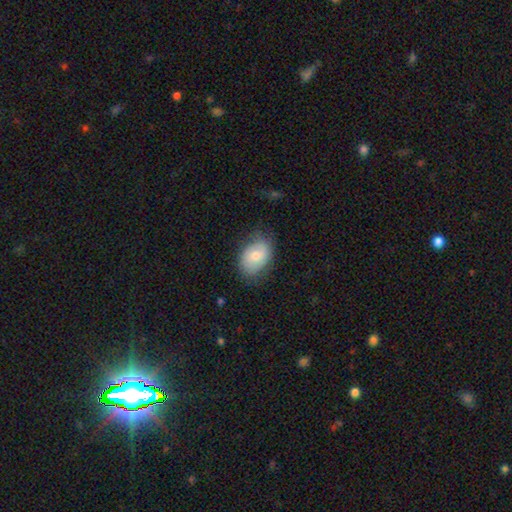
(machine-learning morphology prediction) A smooth galaxy with no disk features (68%) that is in between round and cigar-shaped (80%).

Vote fractions:
- Smooth or featured? smooth: 68% / featured or disk: 26% / star or artifact: 7%
- How rounded? in between: 80% / round: 18% / cigar-shaped: 1%
- Merging? none: 74% / minor disturbance: 20% / major disturbance: 5% / merger: 1%